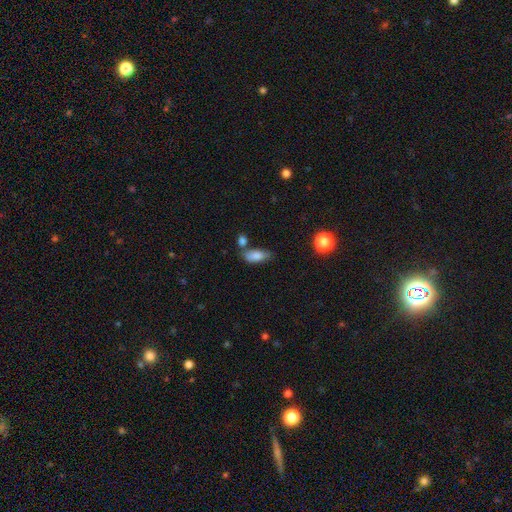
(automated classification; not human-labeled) The model was most divided on "merging": none: 55%, minor disturbance: 22%, merger: 17%, major disturbance: 6%. More confident: how rounded — in between (83%); smooth or featured — smooth (82%).